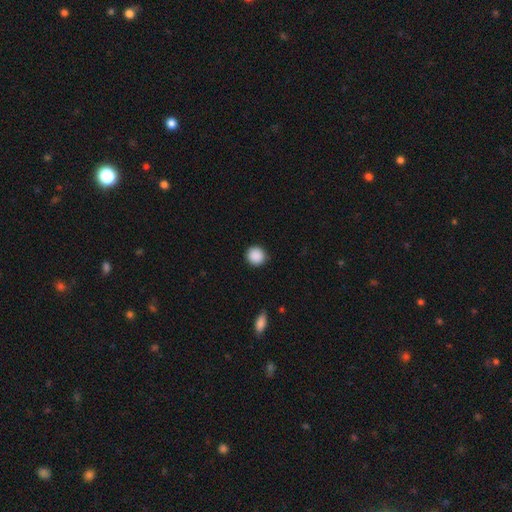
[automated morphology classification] The model was most divided on "smooth or featured": smooth: 90%, star or artifact: 8%, featured or disk: 2%. More confident: how rounded — round (92%); merging — none (90%).